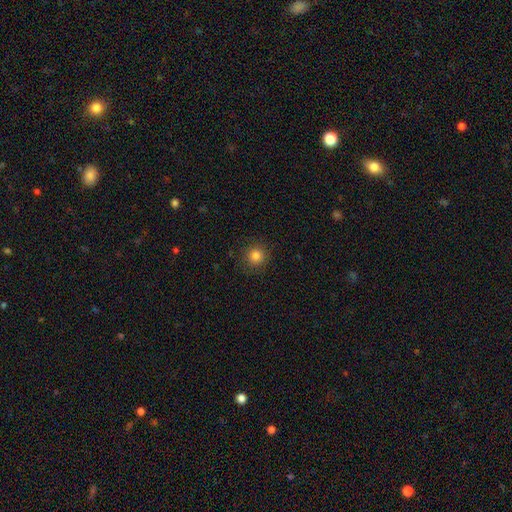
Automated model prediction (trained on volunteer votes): This appears to be a smooth galaxy with no disk features (82%) that is round (93%). Merging: none (90%).